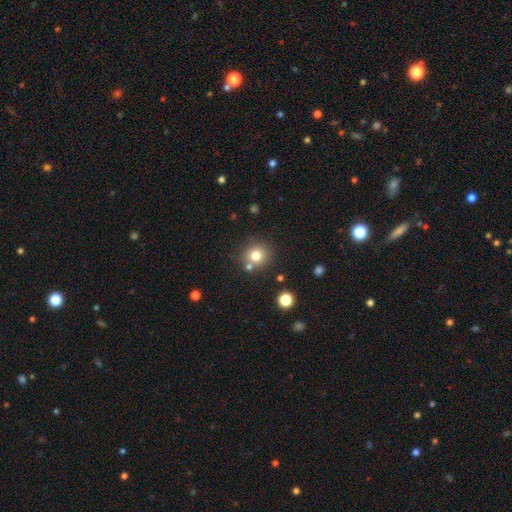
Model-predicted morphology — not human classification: Q: Smooth or featured?
A: smooth (77%); runner-up: star or artifact (14%)
Q: How rounded?
A: round (90%); runner-up: in between (9%)
Q: Merging?
A: none (76%); runner-up: merger (12%)